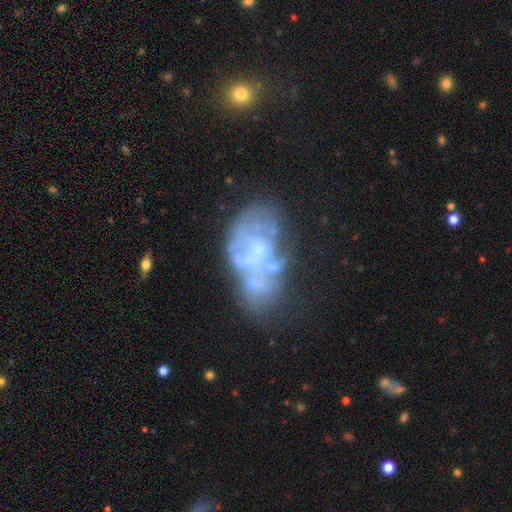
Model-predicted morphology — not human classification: featured or disk 67%, smooth 21%, star or artifact 11%. Down the decision tree: edge-on disk — no (97%); bar — no (83%); spiral arms — no (83%); bulge size — none (43%); merging — none (31%).